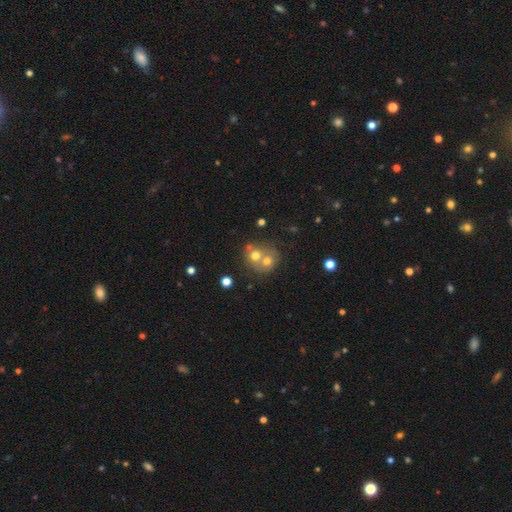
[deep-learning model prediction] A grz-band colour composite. It shows a smooth galaxy with no disk features (62%) that is round (75%). Merging: merger (63%).